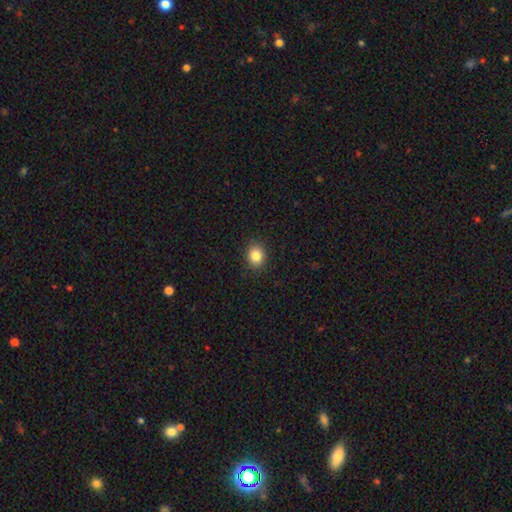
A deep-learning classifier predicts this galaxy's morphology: A smooth galaxy with no disk features (85%) that is round (62%). Merging: none (89%).